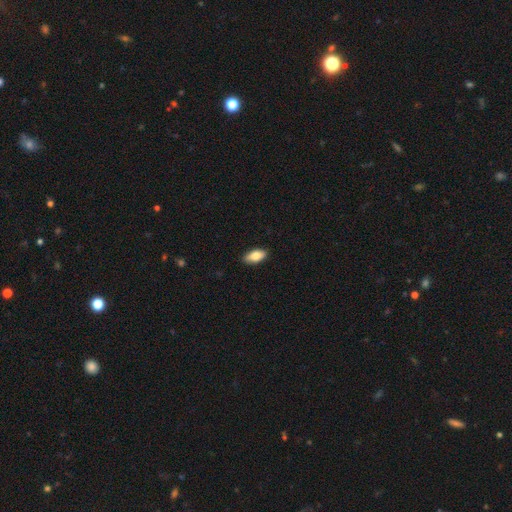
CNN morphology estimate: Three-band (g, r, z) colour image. It shows a smooth galaxy with no disk features (82%) that is in between round and cigar-shaped (90%). Merging: none (88%).